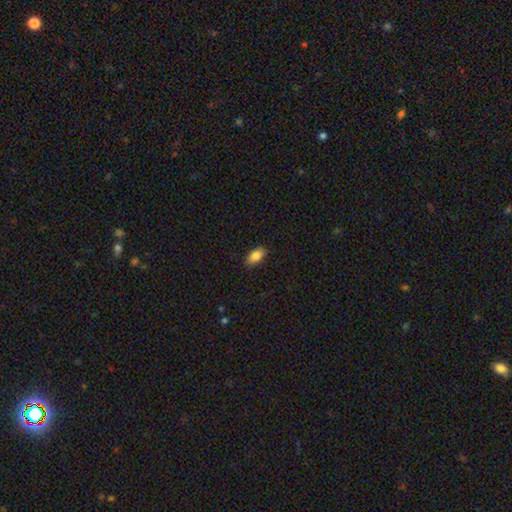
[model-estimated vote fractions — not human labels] Smooth or featured: smooth — 86% (star or artifact — 8%)
How rounded: in between — 92% (round — 5%)
Merging: none — 87% (minor disturbance — 9%)